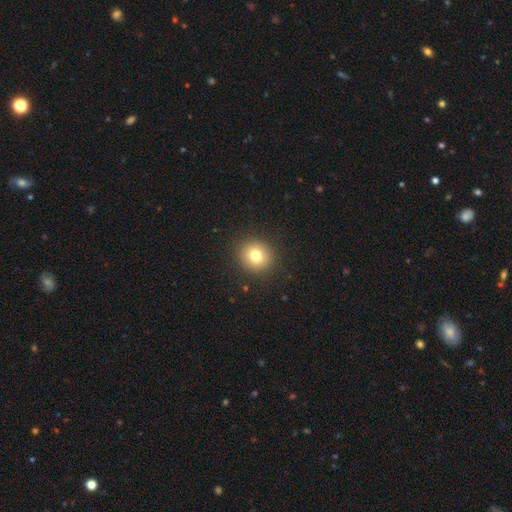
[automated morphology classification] type=smooth (78%); roundness=round (87%); merging=none (91%).